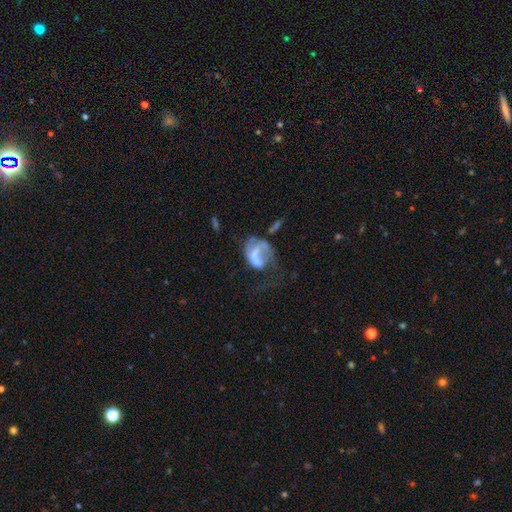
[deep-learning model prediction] Smooth or featured?
  - featured or disk: 49% *
  - smooth: 41%
  - star or artifact: 10%
Merging?
  - major disturbance: 55% *
  - none: 19%
  - minor disturbance: 16%
  - merger: 10%